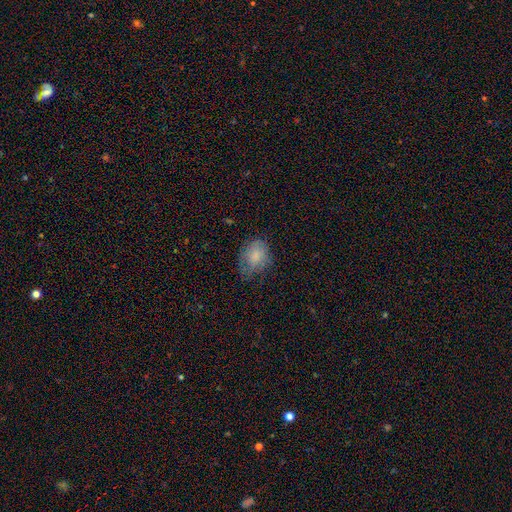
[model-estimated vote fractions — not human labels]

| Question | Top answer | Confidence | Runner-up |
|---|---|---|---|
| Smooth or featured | smooth | 77% | featured or disk (14%) |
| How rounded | in between | 72% | round (27%) |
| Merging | none | 55% | minor disturbance (32%) |